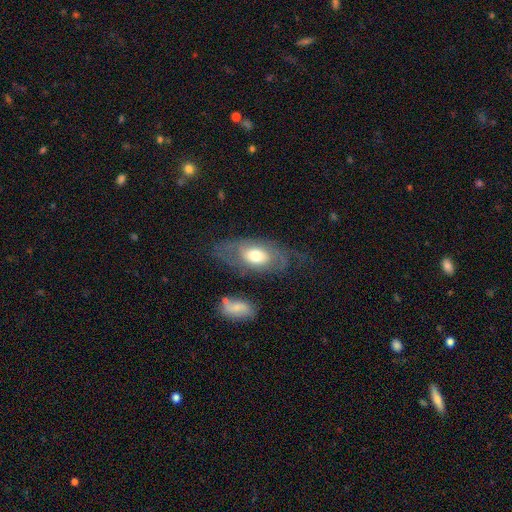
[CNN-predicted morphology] type=featured or disk (49%); merging=none (57%).